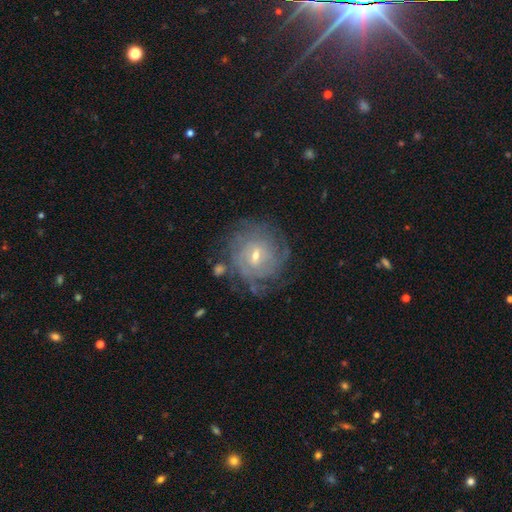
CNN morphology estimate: This is likely a featured or disk galaxy (76%). It is clearly not viewed edge-on (97%). Bar: possibly weak (54%). Spiral arm pattern: clearly yes (88%). Spiral arm count: possibly can't tell (54%). Spiral winding: likely tight (72%). Central bulge: likely small (60%). Merging: likely none (70%).